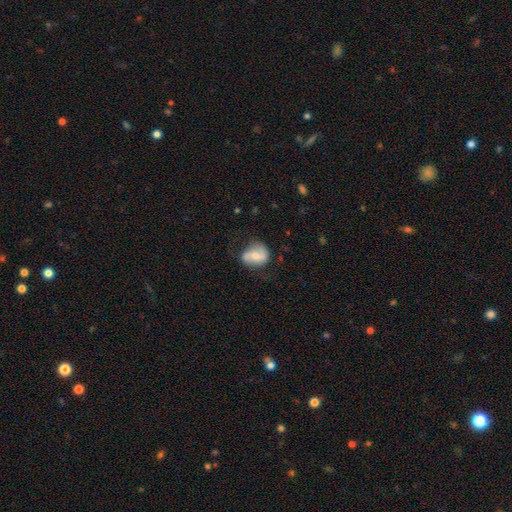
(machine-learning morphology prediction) Smooth or featured? Predicted: featured or disk (p=0.50). Merging? Predicted: none (p=0.59).